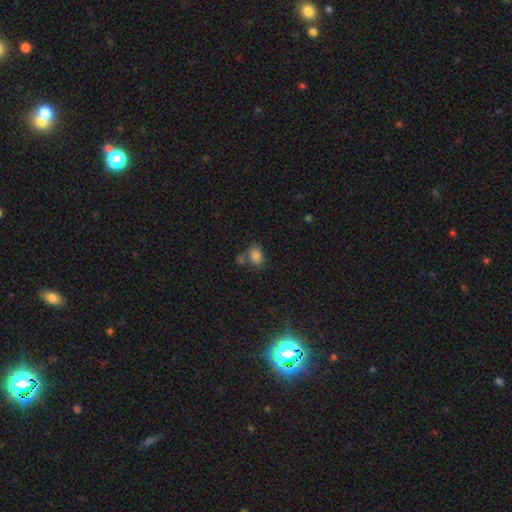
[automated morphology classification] smooth-or-featured: smooth: 82% | star or artifact: 12% | featured or disk: 7%
  how-rounded: in between: 66% | round: 33% | cigar-shaped: 1%
  merging: none: 49% | merger: 27% | minor disturbance: 17% | major disturbance: 7%